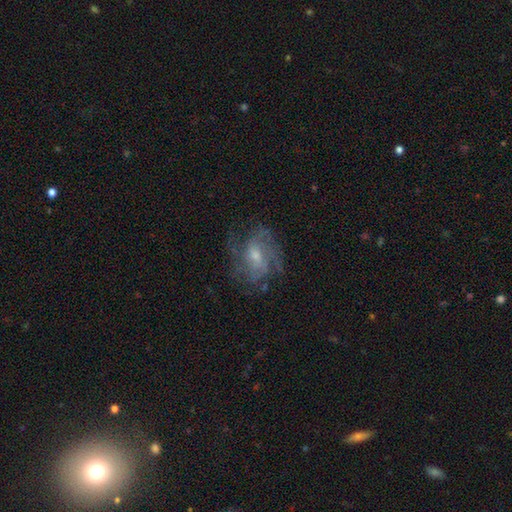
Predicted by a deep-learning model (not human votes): Smooth or featured? featured or disk (78%)
Edge-on disk? no (97%)
Bar? no (53%)
Spiral arms? yes (90%)
Spiral winding? medium (45%)
Spiral arm count? can't tell (30%)
Bulge size? small (48%)
Merging? none (67%)